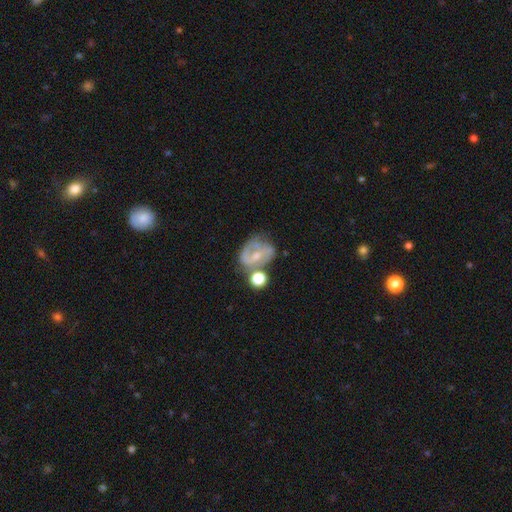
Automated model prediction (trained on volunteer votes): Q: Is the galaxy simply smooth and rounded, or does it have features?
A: featured or disk — 69%.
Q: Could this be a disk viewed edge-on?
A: no — 97%.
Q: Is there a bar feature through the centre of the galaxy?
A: weak — 43%.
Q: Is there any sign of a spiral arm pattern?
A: yes — 77%.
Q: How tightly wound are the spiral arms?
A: medium — 44%.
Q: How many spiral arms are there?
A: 2 — 62%.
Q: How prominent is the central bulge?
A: small — 57%.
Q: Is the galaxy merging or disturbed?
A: none — 45%.